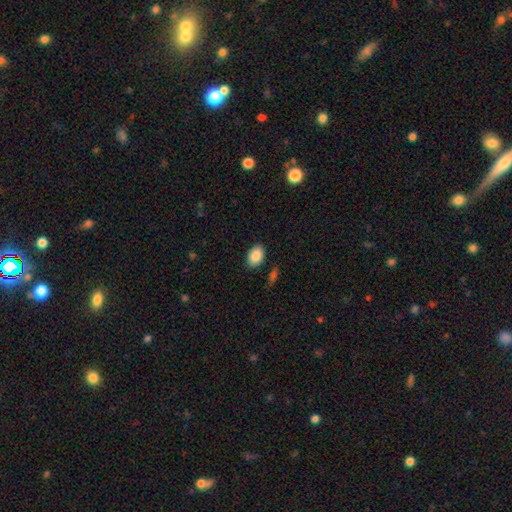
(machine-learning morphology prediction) smooth_or_featured: smooth (p=0.88) [alt: star or artifact p=0.07]
how_rounded: in between (p=0.86) [alt: round p=0.13]
merging: none (p=0.86) [alt: minor disturbance p=0.10]